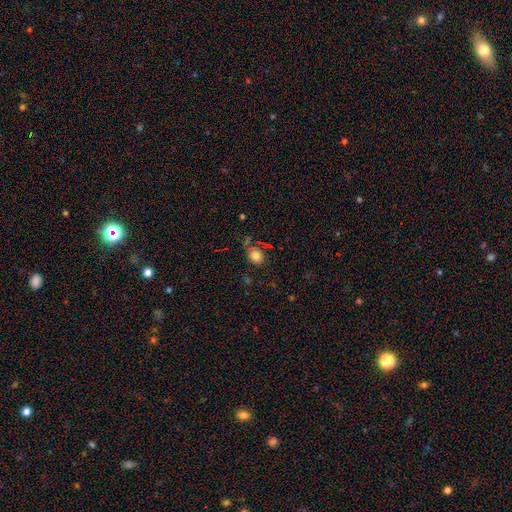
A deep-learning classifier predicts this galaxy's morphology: Smooth or featured?
  - smooth: 78% *
  - star or artifact: 13%
  - featured or disk: 9%
How rounded?
  - round: 69% *
  - in between: 30%
  - cigar-shaped: 1%
Merging?
  - none: 72% *
  - minor disturbance: 15%
  - merger: 7%
  - major disturbance: 6%